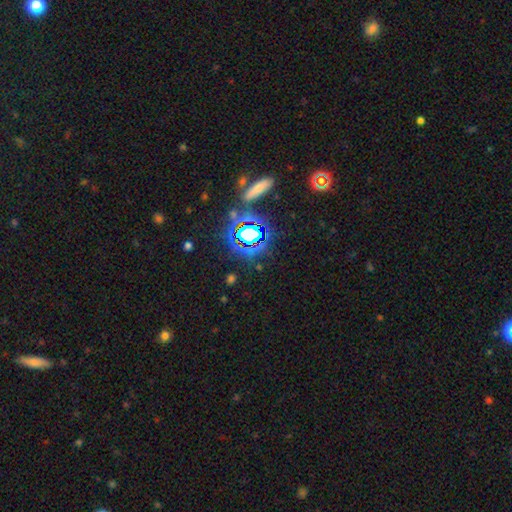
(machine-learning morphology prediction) star or artifact 76%, smooth 15%, featured or disk 9%.